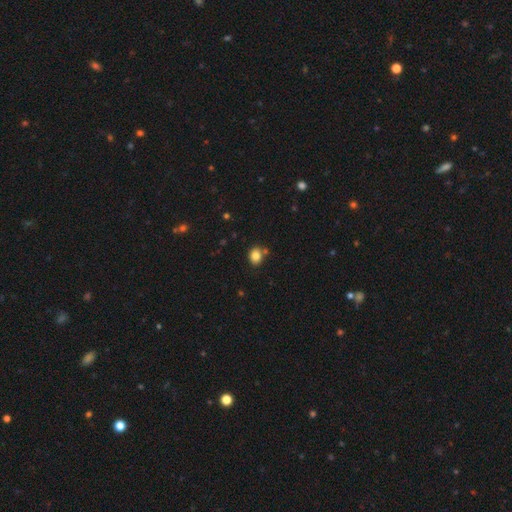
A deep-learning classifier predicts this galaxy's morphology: smooth_or_featured: smooth (p=0.83) [alt: star or artifact p=0.10]
how_rounded: round (p=0.52) [alt: in between p=0.48]
merging: none (p=0.74) [alt: minor disturbance p=0.12]